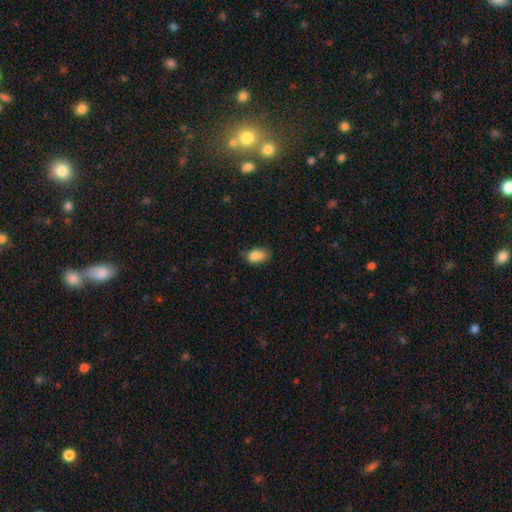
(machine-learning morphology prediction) This is clearly a smooth galaxy (86%). How rounded: clearly in between (88%). Merging: likely none (60%).